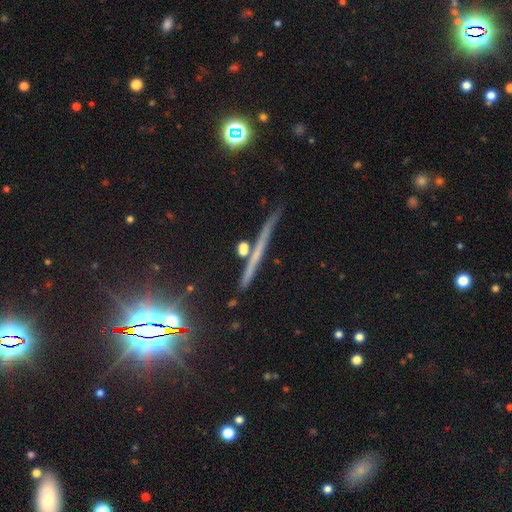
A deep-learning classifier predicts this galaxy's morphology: featured or disk 56%, smooth 23%, star or artifact 20%. Down the decision tree: edge-on disk — yes (96%); edge-on bulge — none (72%); merging — none (80%).